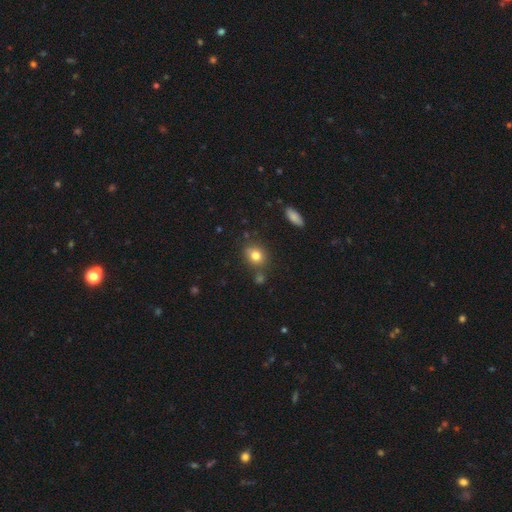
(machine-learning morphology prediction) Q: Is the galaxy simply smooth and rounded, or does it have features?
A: smooth — 80%.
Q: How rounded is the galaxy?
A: round — 64%.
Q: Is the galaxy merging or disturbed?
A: none — 76%.